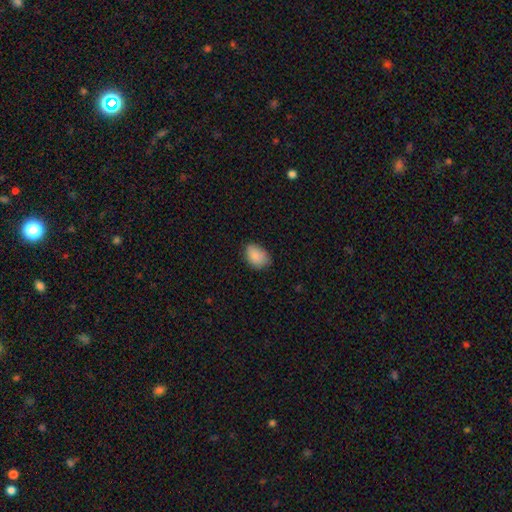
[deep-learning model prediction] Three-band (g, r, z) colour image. It shows a smooth galaxy with no disk features (88%) that is in between round and cigar-shaped (83%). Merging: none (73%).